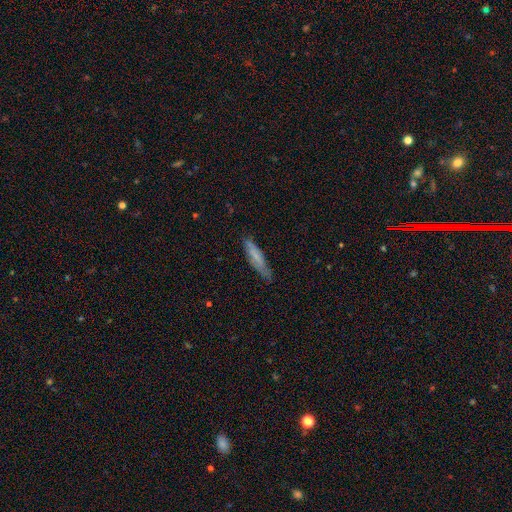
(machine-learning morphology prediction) Q: Smooth or featured?
A: smooth (61%); runner-up: featured or disk (32%)
Q: How rounded?
A: cigar-shaped (80%); runner-up: in between (19%)
Q: Merging?
A: none (73%); runner-up: minor disturbance (21%)